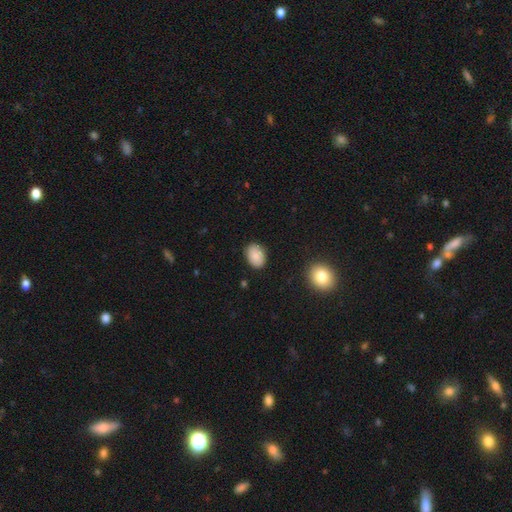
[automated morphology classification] Smooth or featured: smooth — 88% (star or artifact — 7%)
How rounded: in between — 80% (round — 19%)
Merging: none — 88% (minor disturbance — 9%)